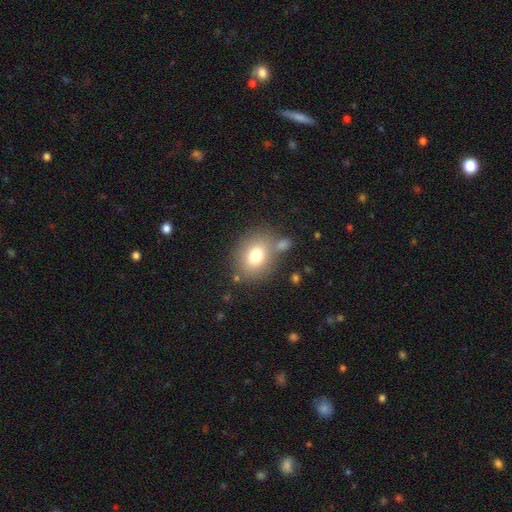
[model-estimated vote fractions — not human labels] Smooth or featured: smooth — 75% (featured or disk — 14%)
How rounded: in between — 53% (round — 46%)
Merging: none — 68% (minor disturbance — 14%)